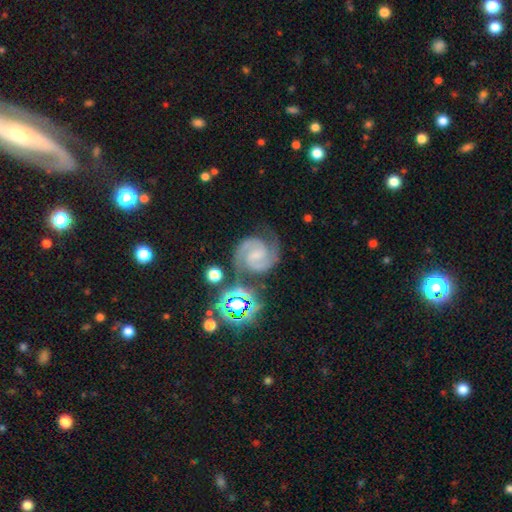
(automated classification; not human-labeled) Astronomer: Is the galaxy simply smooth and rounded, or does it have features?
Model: featured or disk — 86%.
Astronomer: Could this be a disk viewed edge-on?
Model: no — 98%.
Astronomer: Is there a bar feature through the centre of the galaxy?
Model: weak — 51% (runner-up: no, 28%).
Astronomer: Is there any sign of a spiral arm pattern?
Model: yes — 98%.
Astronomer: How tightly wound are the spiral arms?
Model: medium — 50% (runner-up: tight, 43%).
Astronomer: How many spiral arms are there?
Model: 2 — 91%.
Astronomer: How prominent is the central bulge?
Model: small — 47% (runner-up: none, 31%).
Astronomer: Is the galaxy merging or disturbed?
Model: none — 72%.